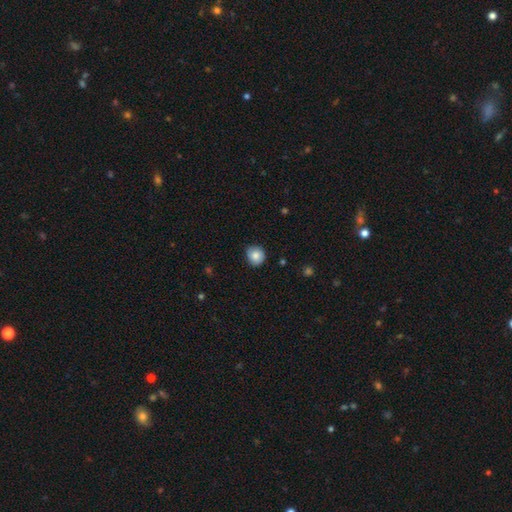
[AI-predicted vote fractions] Overall: smooth (81%). How rounded: round (86%). Merging: none (81%).